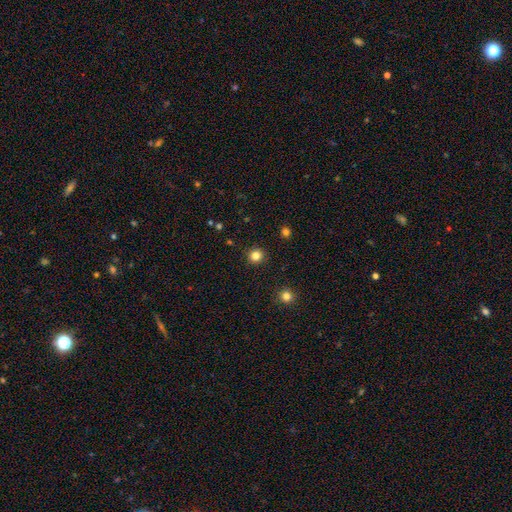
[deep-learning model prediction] Smooth or featured?
  - smooth: 83% *
  - star or artifact: 13%
  - featured or disk: 4%
How rounded?
  - round: 93% *
  - in between: 6%
  - cigar-shaped: 1%
Merging?
  - none: 92% *
  - minor disturbance: 5%
  - major disturbance: 2%
  - merger: 1%